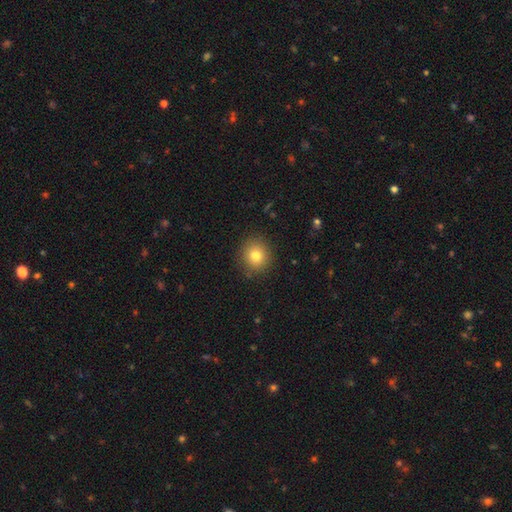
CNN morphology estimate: smooth-or-featured: smooth: 79% | star or artifact: 12% | featured or disk: 10%
  how-rounded: round: 86% | in between: 13% | cigar-shaped: 1%
  merging: none: 88% | minor disturbance: 8% | major disturbance: 3% | merger: 1%